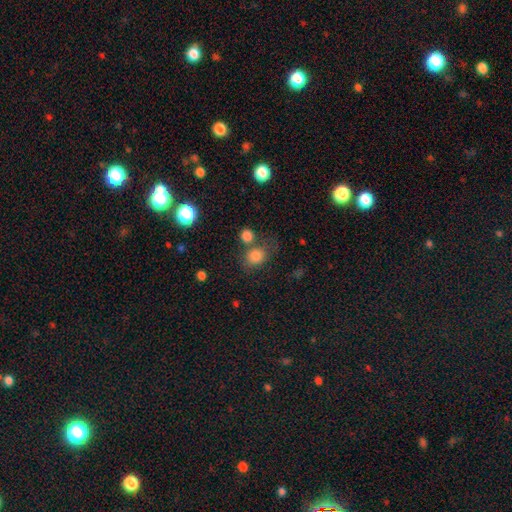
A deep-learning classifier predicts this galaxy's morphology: Smooth or featured?
  - smooth: 80% *
  - star or artifact: 12%
  - featured or disk: 8%
How rounded?
  - round: 62% *
  - in between: 37%
  - cigar-shaped: 1%
Merging?
  - none: 54% *
  - merger: 24%
  - minor disturbance: 14%
  - major disturbance: 8%